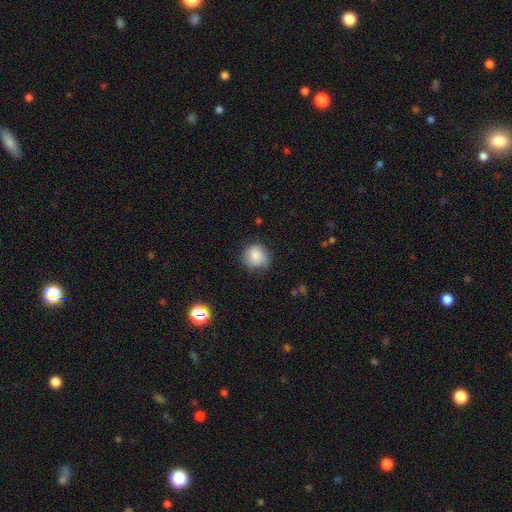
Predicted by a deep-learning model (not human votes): smooth 80%, featured or disk 11%, star or artifact 8%. Down the decision tree: how rounded — round (84%); merging — none (61%).